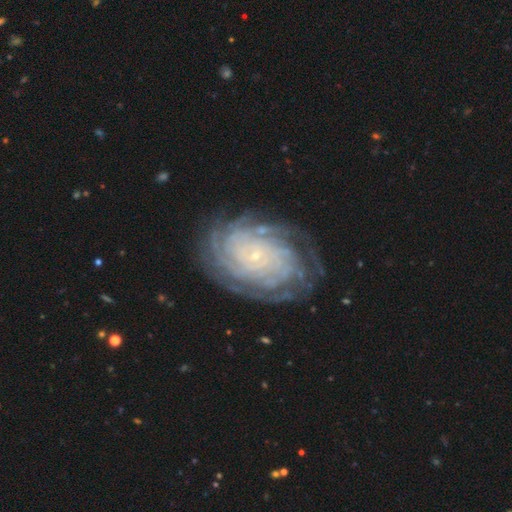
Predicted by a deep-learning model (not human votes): Morphology: type=featured or disk (88%); edge-on=no (97%); bar=no (81%); spiral arms=yes (97%); winding=tight (86%); arm count=more than 4 (32%); bulge=small (90%); merging=none (79%).